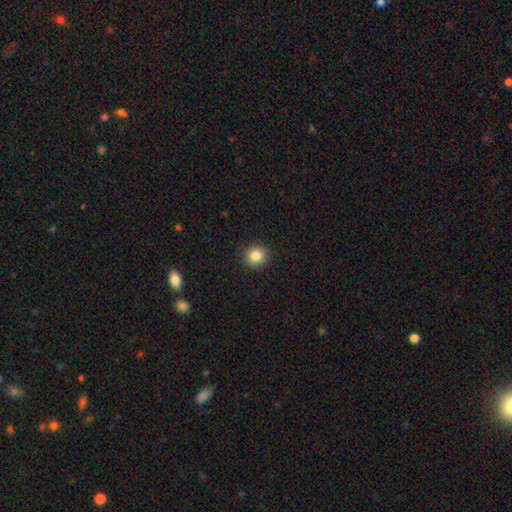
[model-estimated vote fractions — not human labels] A smooth galaxy with no disk features (85%) that is round (89%). Merging: none (92%).